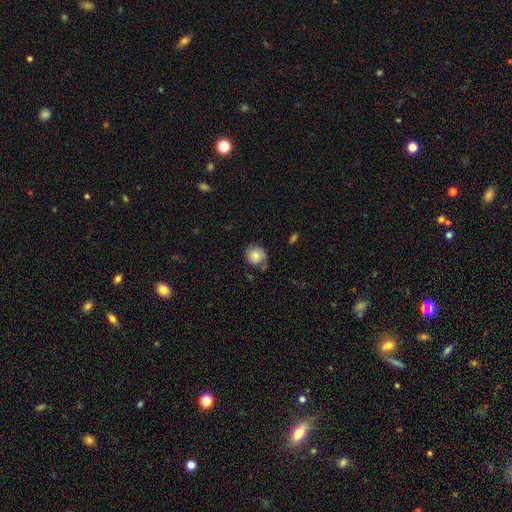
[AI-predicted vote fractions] Smooth or featured: smooth — 74% (featured or disk — 17%)
How rounded: round — 82% (in between — 17%)
Merging: none — 62% (minor disturbance — 26%)